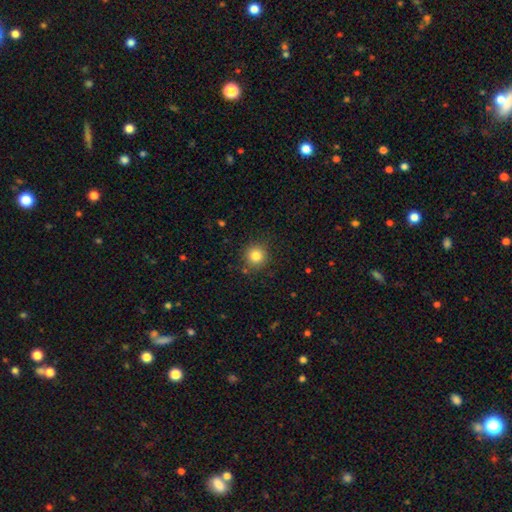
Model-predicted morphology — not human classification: Smooth or featured? smooth (82%)
How rounded? round (93%)
Merging? none (87%)